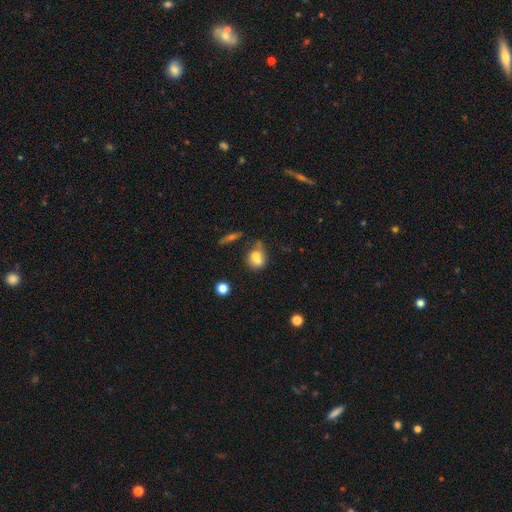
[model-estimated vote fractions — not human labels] This is likely a smooth galaxy (67%). How rounded: possibly round (55%). Merging: marginally merger (41%).